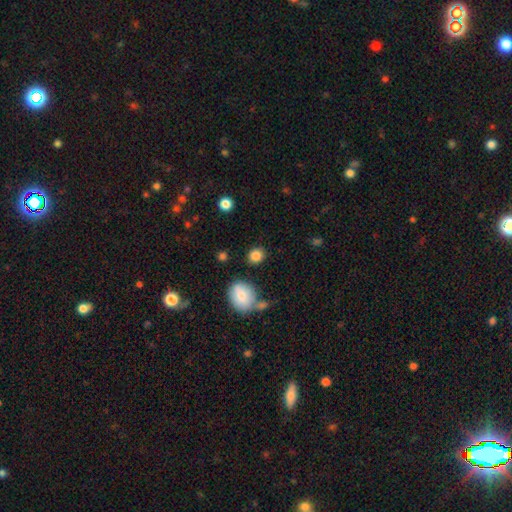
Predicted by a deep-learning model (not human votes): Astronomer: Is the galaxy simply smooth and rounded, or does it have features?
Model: smooth — 85%.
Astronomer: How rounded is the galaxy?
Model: round — 72%.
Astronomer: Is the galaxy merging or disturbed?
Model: none — 83%.